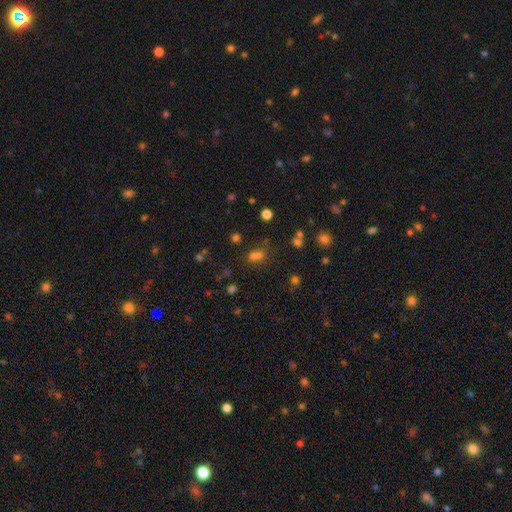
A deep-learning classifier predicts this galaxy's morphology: This is possibly a smooth galaxy (52%). How rounded: possibly in between (51%). Merging: likely none (60%).